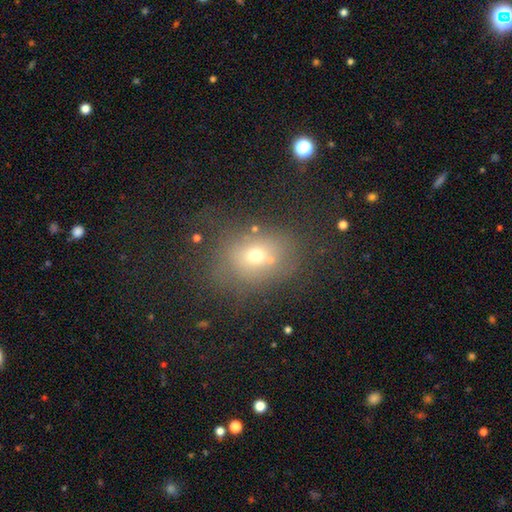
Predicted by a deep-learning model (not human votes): A smooth galaxy with no disk features (62%) that is round (55%). Merging: none (56%).